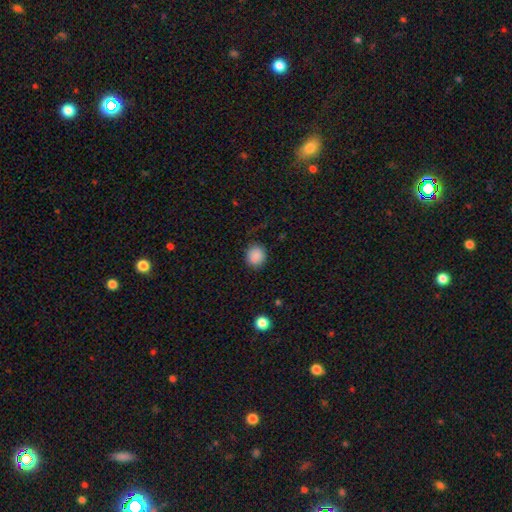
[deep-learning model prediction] smooth 88%, star or artifact 9%, featured or disk 3%. Down the decision tree: how rounded — round (85%); merging — none (85%).